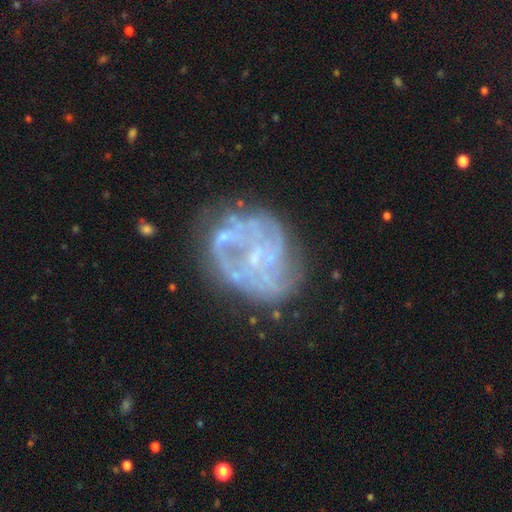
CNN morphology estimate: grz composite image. It shows a featured or disk galaxy (75%) with no bar (75%), spiral arms (53%) and a small central bulge (50%). Merging: none (55%).